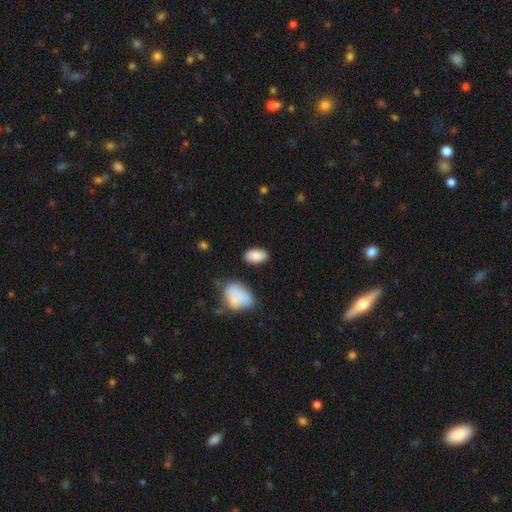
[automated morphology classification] Smooth or featured?
  - smooth: 88% *
  - star or artifact: 7%
  - featured or disk: 5%
How rounded?
  - in between: 94% *
  - round: 4%
  - cigar-shaped: 2%
Merging?
  - none: 83% *
  - minor disturbance: 11%
  - merger: 3%
  - major disturbance: 3%